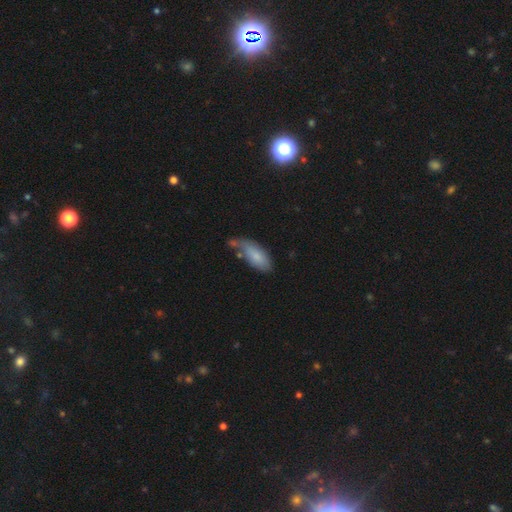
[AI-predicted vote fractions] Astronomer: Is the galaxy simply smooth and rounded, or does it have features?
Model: smooth — 78%.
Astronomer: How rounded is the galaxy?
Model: in between — 84%.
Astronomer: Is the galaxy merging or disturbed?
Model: none — 41% (runner-up: minor disturbance, 31%).